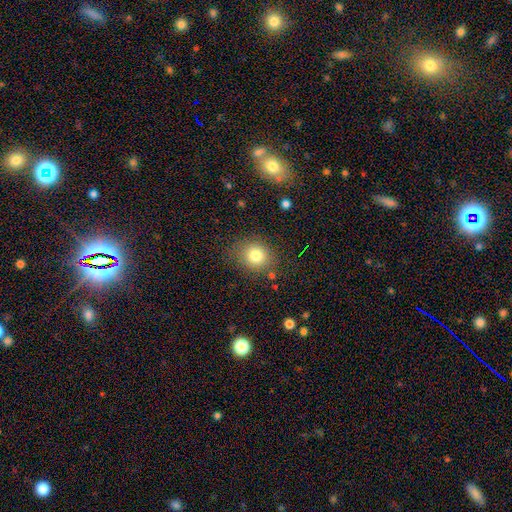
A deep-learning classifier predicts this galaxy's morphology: Q: Smooth or featured?
A: smooth (80%); runner-up: star or artifact (12%)
Q: How rounded?
A: round (76%); runner-up: in between (23%)
Q: Merging?
A: none (81%); runner-up: minor disturbance (12%)